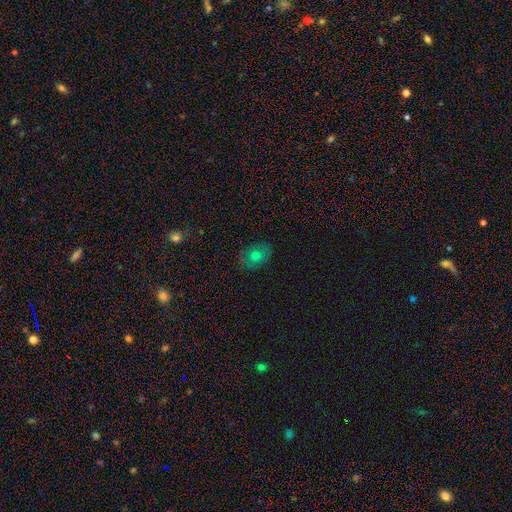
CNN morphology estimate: A smooth galaxy with no disk features (66%) that is in between round and cigar-shaped (71%). Merging: none (82%).